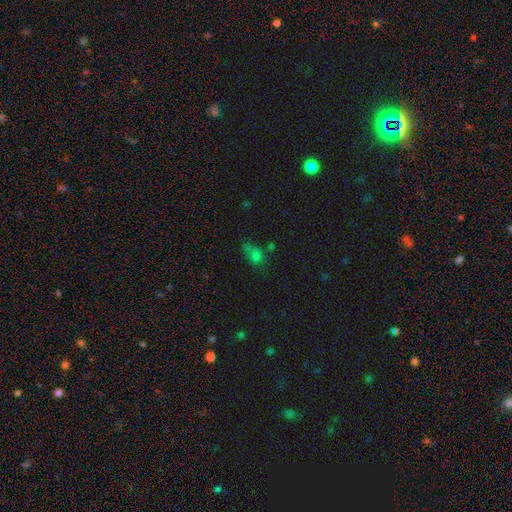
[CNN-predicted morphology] Smooth or featured?
  - smooth: 66% *
  - star or artifact: 23%
  - featured or disk: 12%
How rounded?
  - in between: 55% *
  - round: 40%
  - cigar-shaped: 5%
Merging?
  - none: 38% *
  - merger: 23%
  - minor disturbance: 23%
  - major disturbance: 17%